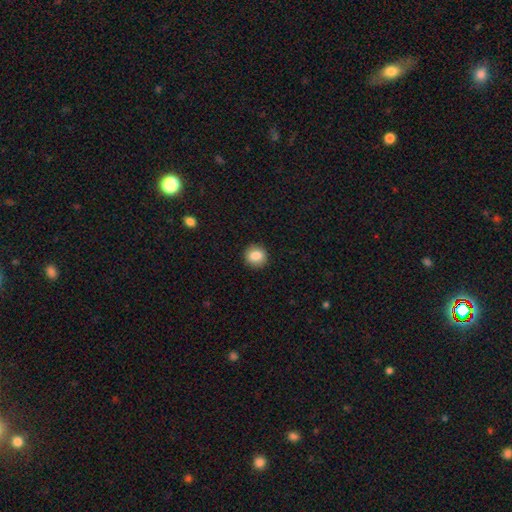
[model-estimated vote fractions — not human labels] smooth_or_featured: smooth (p=0.85) [alt: star or artifact p=0.09]
how_rounded: round (p=0.84) [alt: in between p=0.15]
merging: none (p=0.90) [alt: minor disturbance p=0.07]